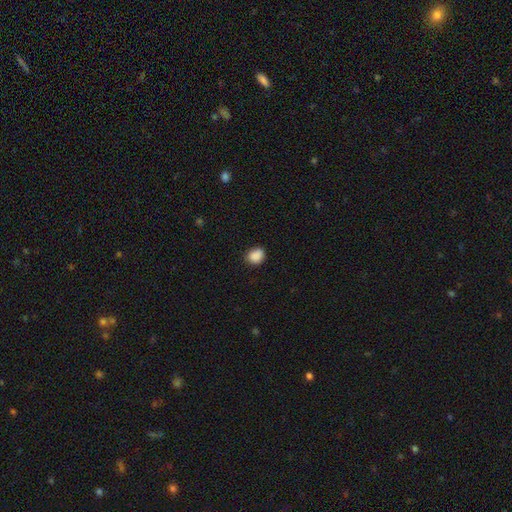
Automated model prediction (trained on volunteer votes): Smooth or featured: smooth — 88% (star or artifact — 9%)
How rounded: round — 54% (in between — 45%)
Merging: none — 79% (minor disturbance — 17%)